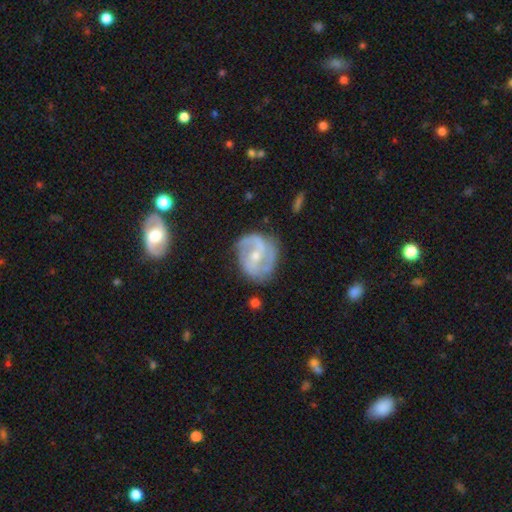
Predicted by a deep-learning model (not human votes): Smooth or featured: featured or disk — 80% (smooth — 14%)
Edge-on disk: no — 97% (yes — 3%)
Bar: weak — 42% (no — 36%)
Spiral arms: yes — 90% (no — 10%)
Spiral winding: medium — 46% (tight — 27%)
Spiral arm count: 2 — 72% (can't tell — 12%)
Bulge size: small — 58% (moderate — 38%)
Merging: none — 67% (minor disturbance — 21%)